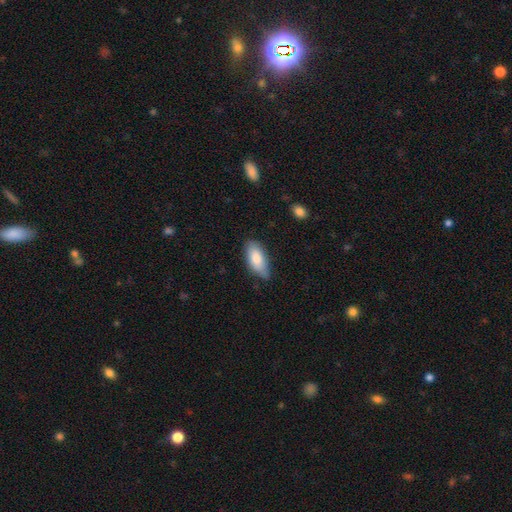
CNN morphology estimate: Q: Smooth or featured?
A: smooth (82%); runner-up: featured or disk (12%)
Q: How rounded?
A: in between (88%); runner-up: cigar-shaped (10%)
Q: Merging?
A: none (72%); runner-up: minor disturbance (23%)